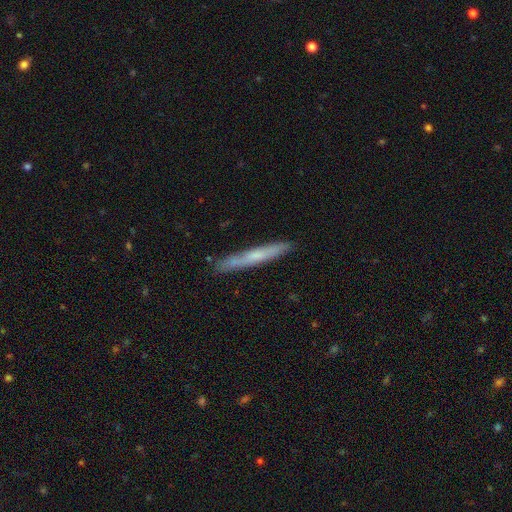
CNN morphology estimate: The model was most divided on "smooth or featured": smooth: 56%, featured or disk: 38%, star or artifact: 6%. More confident: how rounded — cigar-shaped (96%); merging — none (87%).